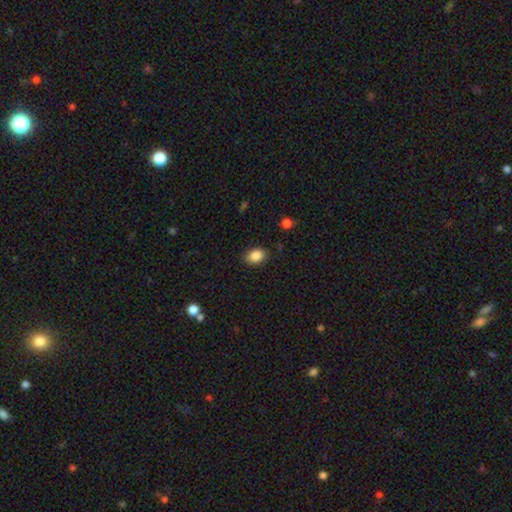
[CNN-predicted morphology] Overall: smooth (87%). How rounded: in between (76%). Merging: none (84%).